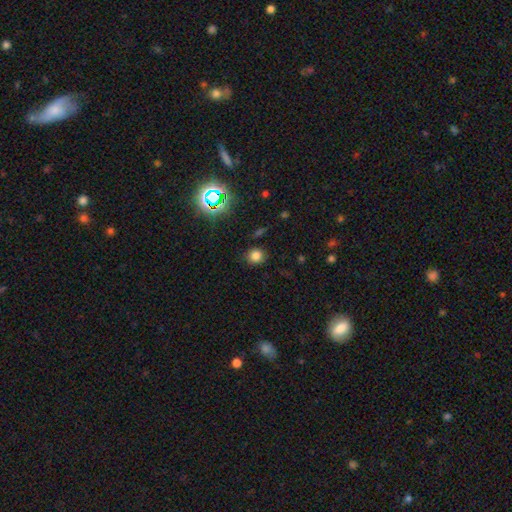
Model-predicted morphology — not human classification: smooth 75%, star or artifact 19%, featured or disk 6%. Down the decision tree: how rounded — round (81%); merging — none (84%).